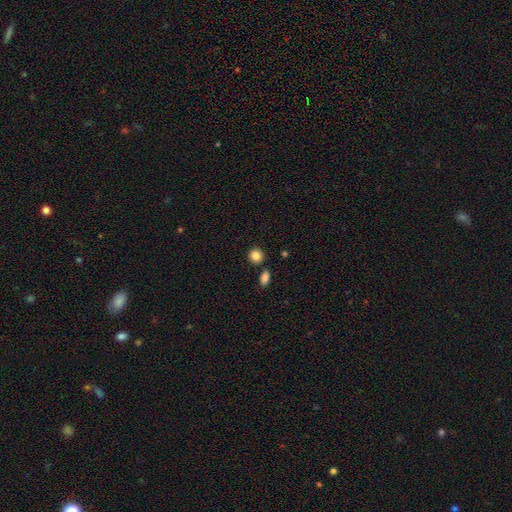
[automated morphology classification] This appears to be a smooth galaxy with no disk features (85%) that is round (83%). Merging: none (81%).